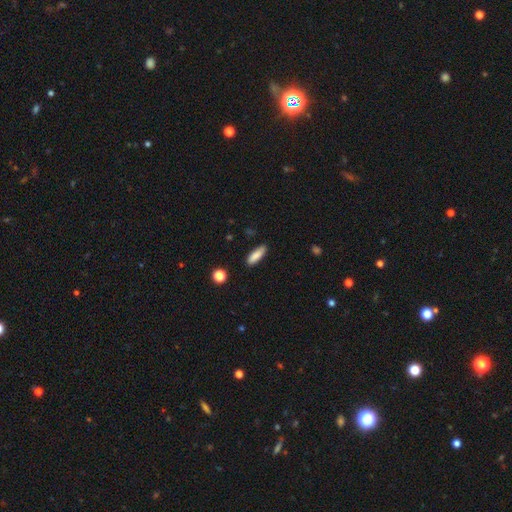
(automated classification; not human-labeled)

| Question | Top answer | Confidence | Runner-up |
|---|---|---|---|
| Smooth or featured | smooth | 85% | featured or disk (8%) |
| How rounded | in between | 52% | cigar-shaped (46%) |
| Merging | none | 83% | minor disturbance (13%) |